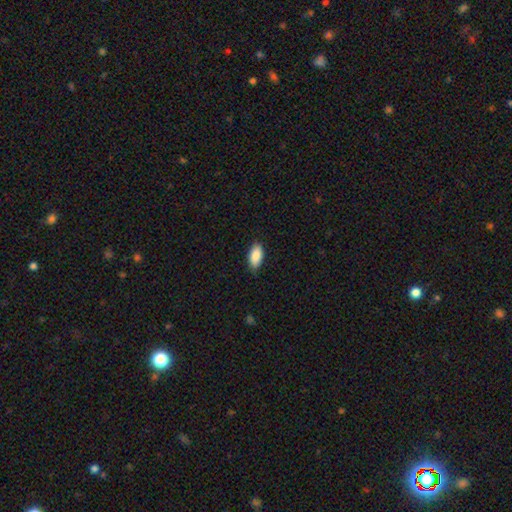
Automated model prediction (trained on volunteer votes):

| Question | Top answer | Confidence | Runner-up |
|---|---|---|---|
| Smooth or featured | smooth | 89% | star or artifact (6%) |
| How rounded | in between | 93% | cigar-shaped (5%) |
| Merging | none | 85% | minor disturbance (12%) |